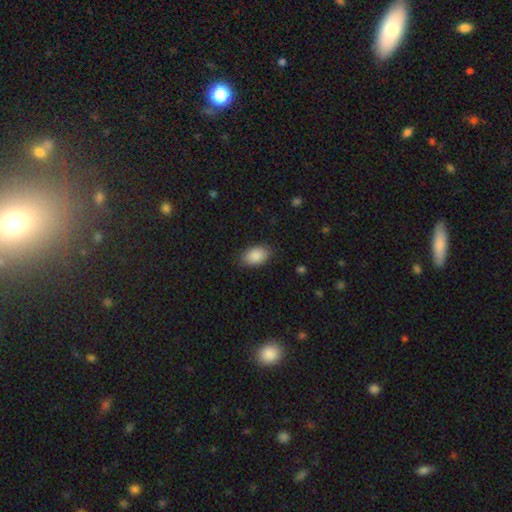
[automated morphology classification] Overall: smooth (89%). How rounded: in between (90%). Merging: none (84%).